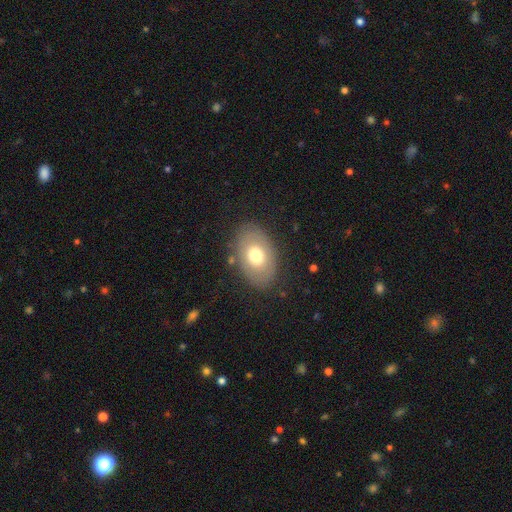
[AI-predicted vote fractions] The model was most divided on "smooth or featured": smooth: 65%, featured or disk: 27%, star or artifact: 8%. More confident: how rounded — in between (85%); merging — none (81%).